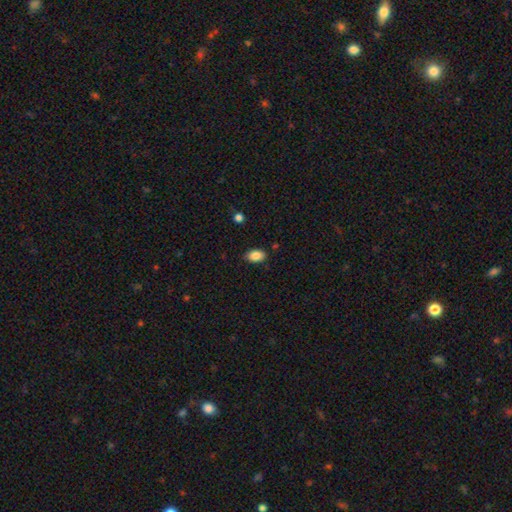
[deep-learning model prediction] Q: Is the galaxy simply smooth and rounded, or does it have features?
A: smooth — 87%.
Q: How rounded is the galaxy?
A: in between — 89%.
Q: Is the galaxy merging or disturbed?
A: none — 84%.